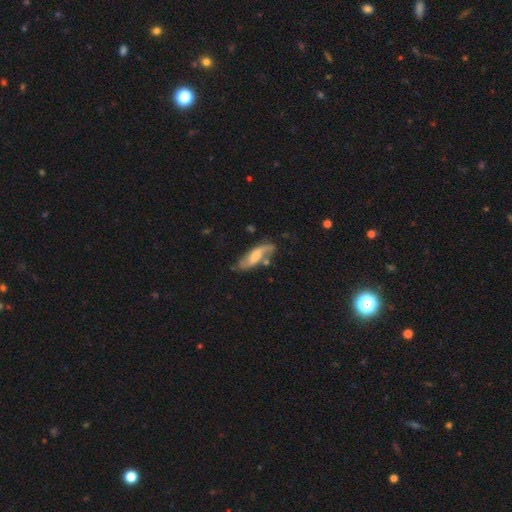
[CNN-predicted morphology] The model was most divided on "smooth or featured": featured or disk: 57%, smooth: 37%, star or artifact: 6%. More confident: edge-on disk — no (80%); merging — none (57%).